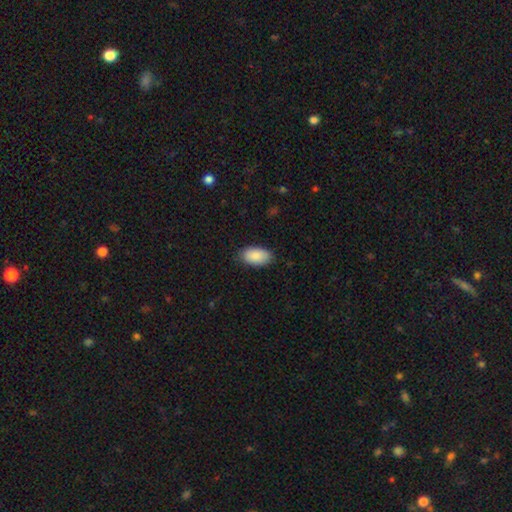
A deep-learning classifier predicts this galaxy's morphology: Q: Smooth or featured?
A: smooth (89%); runner-up: star or artifact (6%)
Q: How rounded?
A: in between (95%); runner-up: round (3%)
Q: Merging?
A: none (84%); runner-up: minor disturbance (12%)